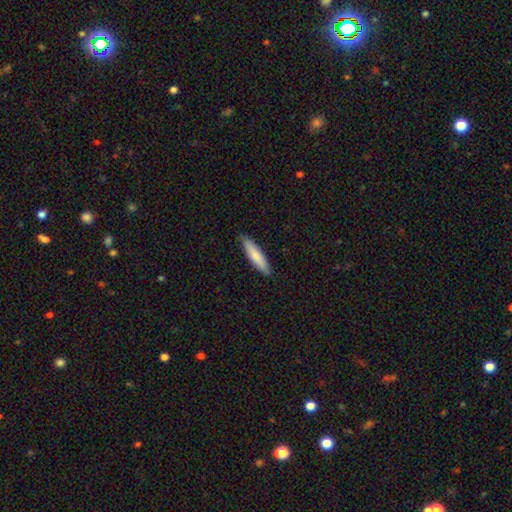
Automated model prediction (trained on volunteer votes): Smooth or featured?
  - smooth: 80% *
  - featured or disk: 15%
  - star or artifact: 5%
How rounded?
  - cigar-shaped: 81% *
  - in between: 17%
  - round: 1%
Merging?
  - none: 87% *
  - minor disturbance: 10%
  - major disturbance: 2%
  - merger: 1%